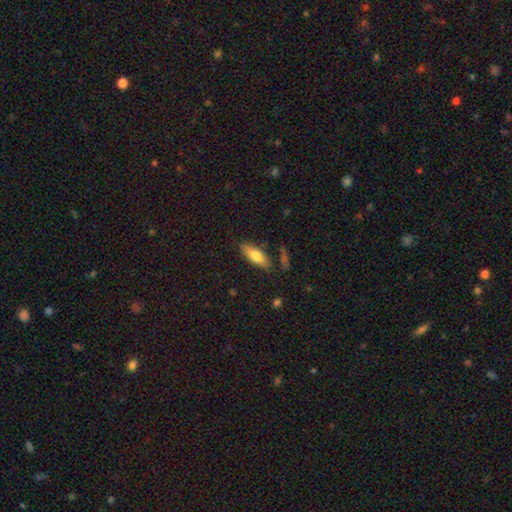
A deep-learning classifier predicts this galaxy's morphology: Smooth or featured? Predicted: smooth (p=0.74). How rounded? Predicted: in between (p=0.70). Merging? Predicted: none (p=0.80).